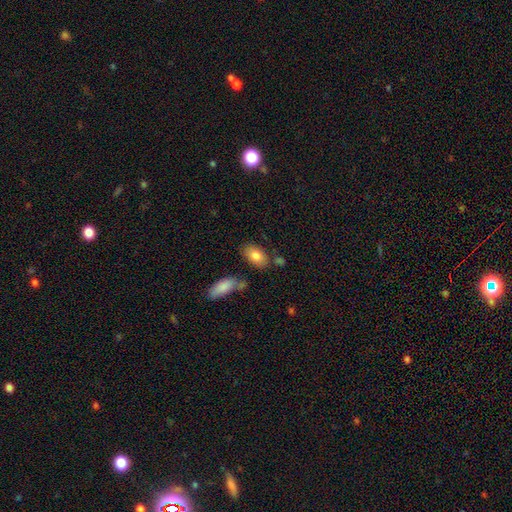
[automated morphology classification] Smooth or featured? smooth (83%)
How rounded? in between (93%)
Merging? none (73%)